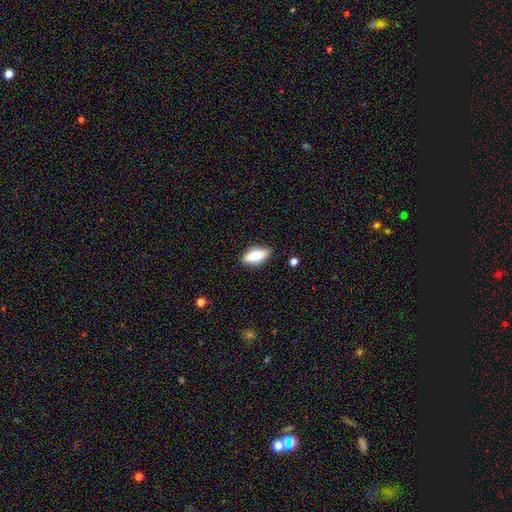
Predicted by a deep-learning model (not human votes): Morphology: type=smooth (66%); roundness=in between (79%); merging=none (84%).